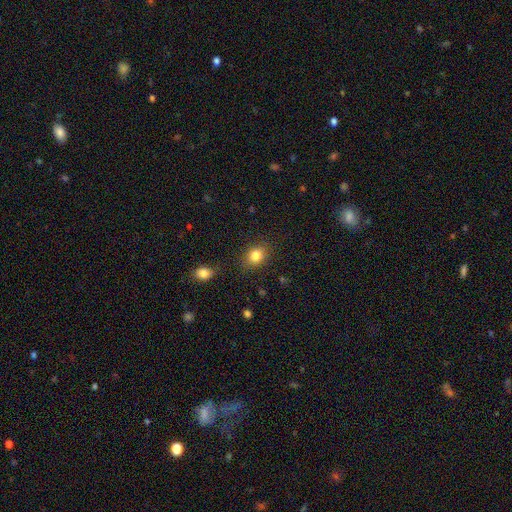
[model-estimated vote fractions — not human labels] This appears to be a smooth galaxy with no disk features (83%) that is in between round and cigar-shaped (58%). Merging: none (83%).